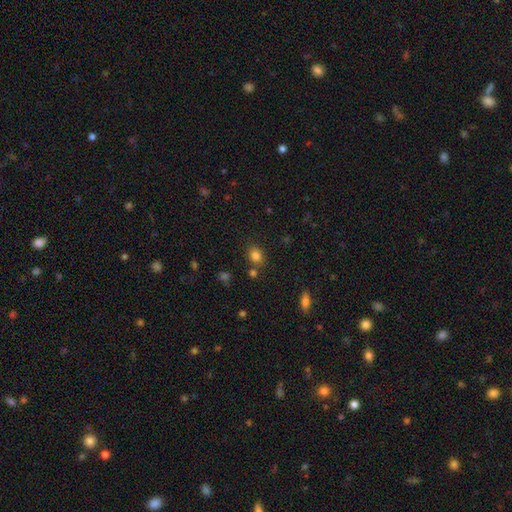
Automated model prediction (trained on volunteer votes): Morphology: type=smooth (81%); roundness=in between (52%); merging=none (76%).